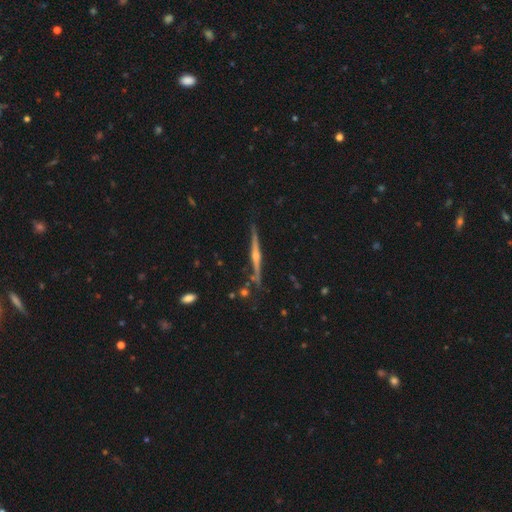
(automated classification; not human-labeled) This is clearly a featured or disk galaxy (80%). It is clearly viewed edge-on (97%). Edge-on bulge: clearly rounded (82%). Merging: likely none (78%).